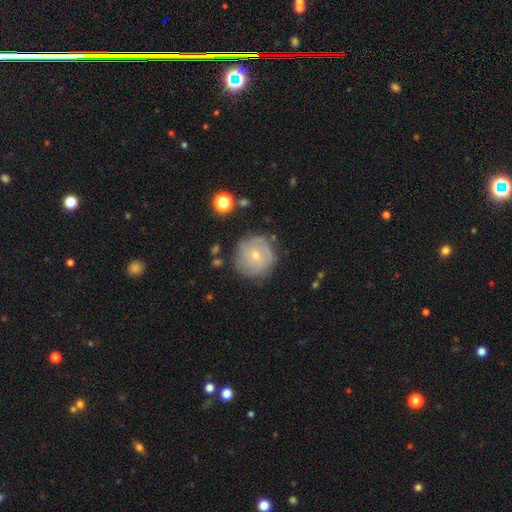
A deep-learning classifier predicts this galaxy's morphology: Smooth or featured? Predicted: featured or disk (p=0.52). Edge-on disk? Predicted: no (p=0.97). Bar? Predicted: no (p=0.71). Spiral arms? Predicted: yes (p=0.71). Bulge size? Predicted: small (p=0.67). Merging? Predicted: none (p=0.74).